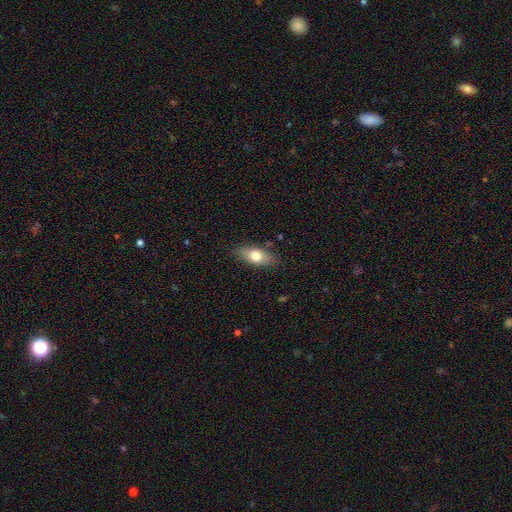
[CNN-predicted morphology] Smooth or featured?
  - smooth: 72% *
  - featured or disk: 21%
  - star or artifact: 7%
How rounded?
  - in between: 82% *
  - cigar-shaped: 13%
  - round: 5%
Merging?
  - none: 82% *
  - minor disturbance: 14%
  - major disturbance: 3%
  - merger: 1%